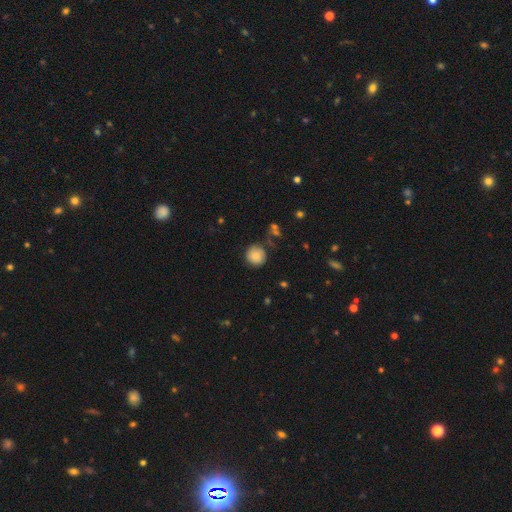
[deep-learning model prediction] A smooth galaxy with no disk features (84%) that is round (92%). Merging: none (76%).